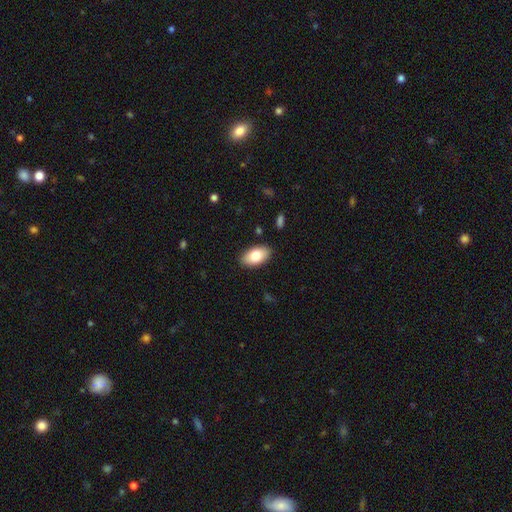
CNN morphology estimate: Smooth or featured? Predicted: smooth (p=0.78). How rounded? Predicted: in between (p=0.93). Merging? Predicted: none (p=0.88).